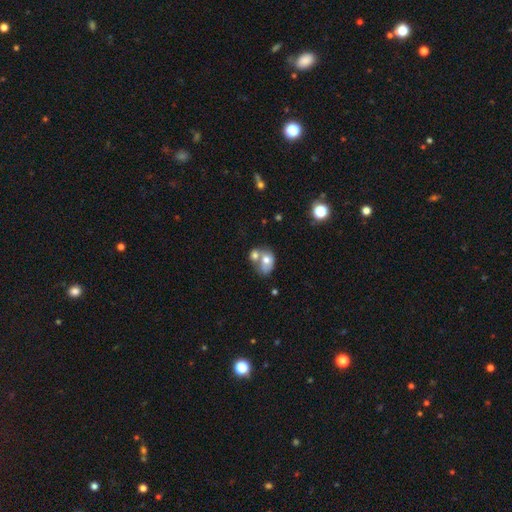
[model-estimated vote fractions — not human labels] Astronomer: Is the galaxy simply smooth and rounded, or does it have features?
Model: smooth — 57%.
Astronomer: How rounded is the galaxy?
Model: in between — 57% (runner-up: round, 41%).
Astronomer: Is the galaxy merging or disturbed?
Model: merger — 56%.